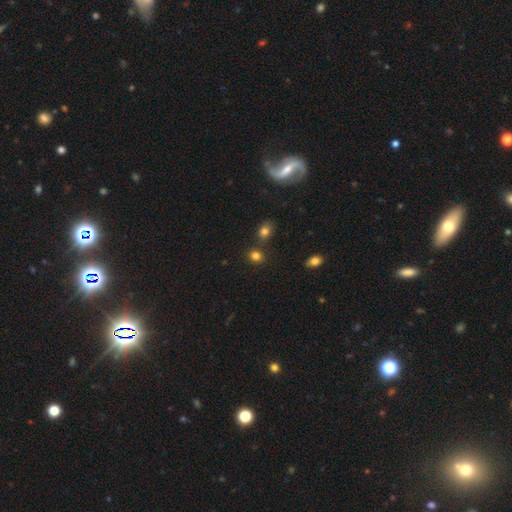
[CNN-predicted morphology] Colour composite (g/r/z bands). It shows a smooth galaxy with no disk features (81%) that is round (69%). Merging: none (74%).